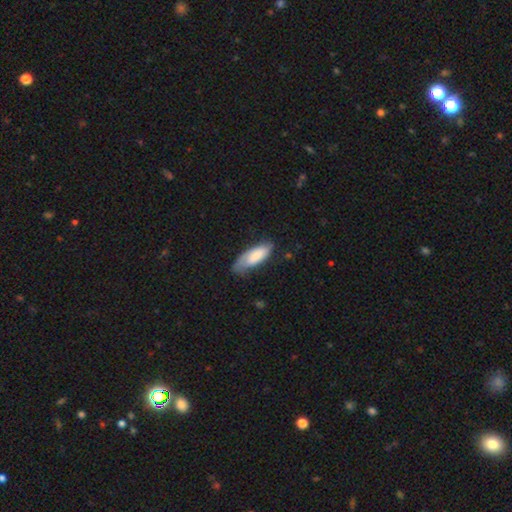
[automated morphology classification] Smooth or featured? Predicted: smooth (p=0.76). How rounded? Predicted: in between (p=0.71). Merging? Predicted: none (p=0.55).